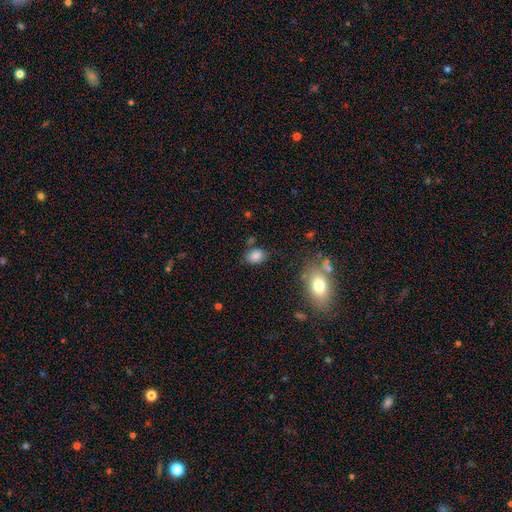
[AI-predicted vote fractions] Morphology: type=smooth (83%); roundness=in between (75%); merging=none (77%).